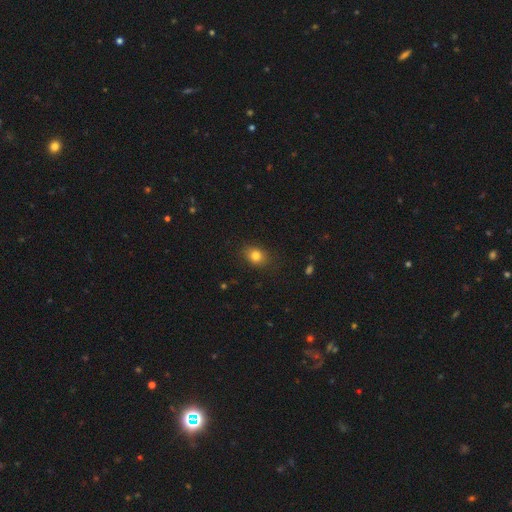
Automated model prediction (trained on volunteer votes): smooth_or_featured: smooth (p=0.82) [alt: star or artifact p=0.11]
how_rounded: in between (p=0.55) [alt: round p=0.44]
merging: none (p=0.84) [alt: minor disturbance p=0.12]